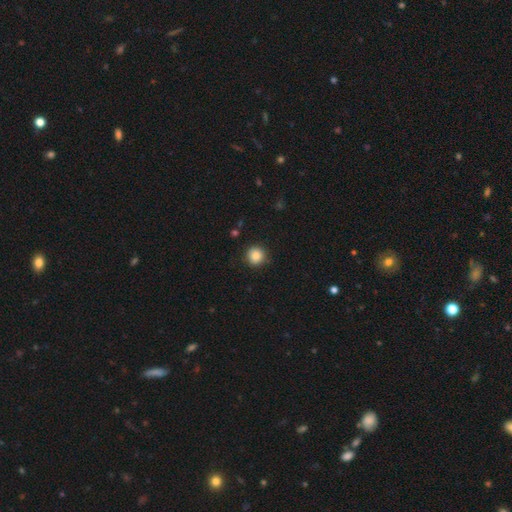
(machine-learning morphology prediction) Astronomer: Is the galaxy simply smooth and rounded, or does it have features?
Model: smooth — 86%.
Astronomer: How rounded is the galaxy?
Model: round — 94%.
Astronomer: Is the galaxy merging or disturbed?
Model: none — 89%.